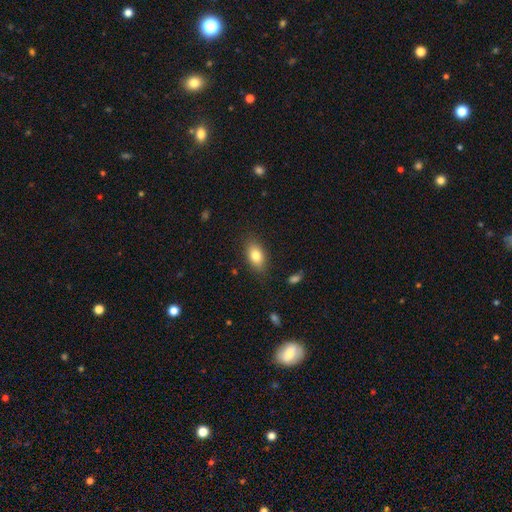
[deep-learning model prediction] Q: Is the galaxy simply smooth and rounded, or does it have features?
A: smooth — 80%.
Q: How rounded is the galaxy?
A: in between — 87%.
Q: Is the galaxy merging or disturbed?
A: none — 84%.